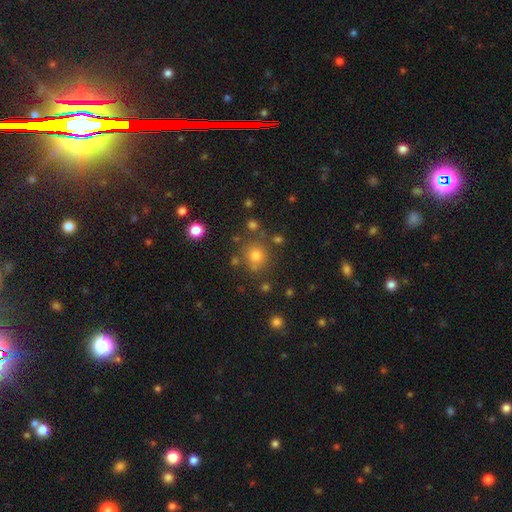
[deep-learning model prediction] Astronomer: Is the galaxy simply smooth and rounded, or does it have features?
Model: smooth — 75%.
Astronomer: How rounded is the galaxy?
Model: round — 86%.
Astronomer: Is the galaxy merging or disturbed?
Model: none — 77%.